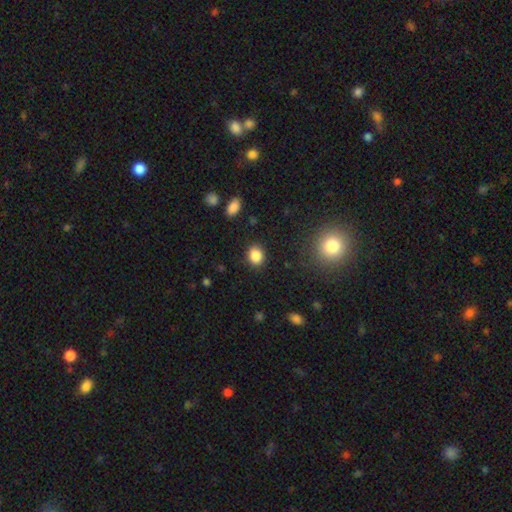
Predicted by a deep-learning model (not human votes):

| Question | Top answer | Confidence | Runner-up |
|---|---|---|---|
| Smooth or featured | smooth | 86% | star or artifact (10%) |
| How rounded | round | 55% | in between (44%) |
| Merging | none | 87% | minor disturbance (9%) |